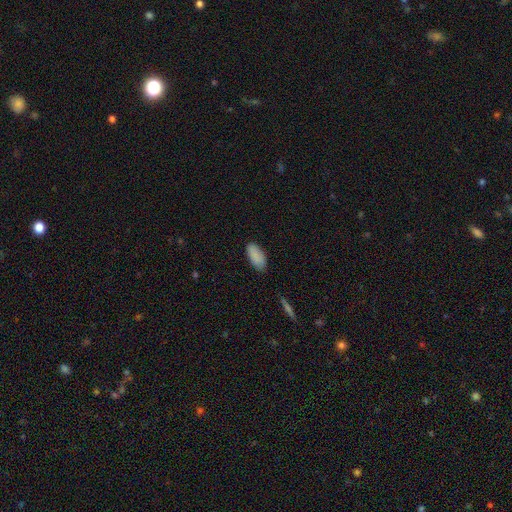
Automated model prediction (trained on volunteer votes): This is clearly a smooth galaxy (89%). How rounded: clearly in between (91%). Merging: clearly none (82%).